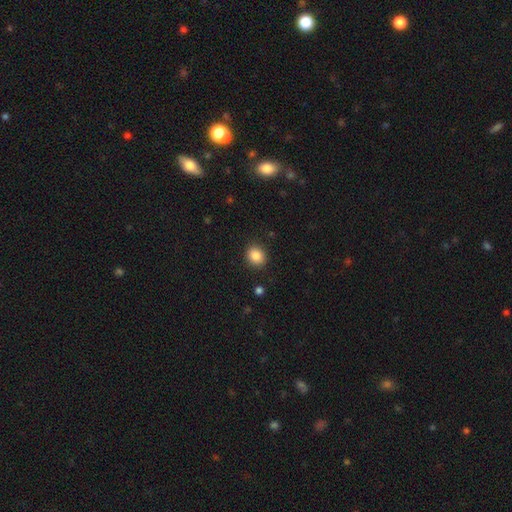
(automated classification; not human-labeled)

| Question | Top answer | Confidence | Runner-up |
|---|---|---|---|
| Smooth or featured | smooth | 86% | star or artifact (10%) |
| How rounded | round | 66% | in between (33%) |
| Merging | none | 89% | minor disturbance (7%) |